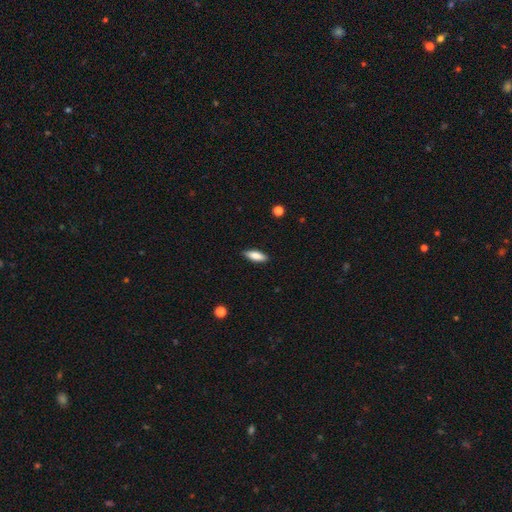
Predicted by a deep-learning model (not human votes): This is clearly a smooth galaxy (82%). How rounded: likely in between (62%). Merging: clearly none (88%).